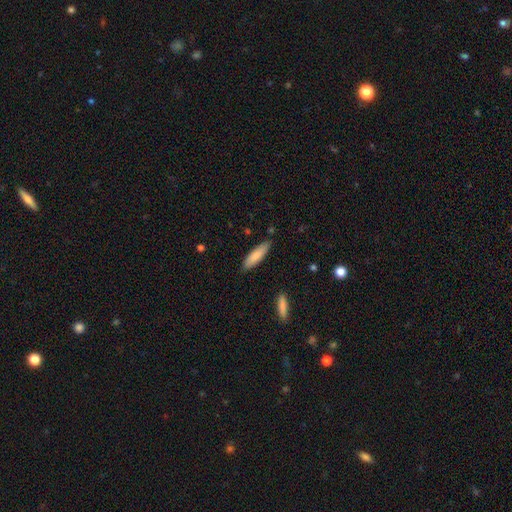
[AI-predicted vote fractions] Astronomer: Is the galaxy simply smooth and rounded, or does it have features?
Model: smooth — 82%.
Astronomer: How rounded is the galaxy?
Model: cigar-shaped — 64%.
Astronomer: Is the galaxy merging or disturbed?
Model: none — 84%.